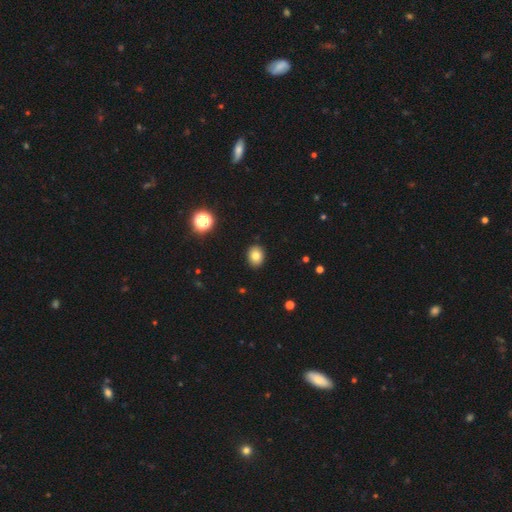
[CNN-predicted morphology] smooth-or-featured: smooth: 81% | star or artifact: 12% | featured or disk: 8%
  how-rounded: round: 55% | in between: 44% | cigar-shaped: 1%
  merging: none: 90% | minor disturbance: 7% | major disturbance: 2% | merger: 1%